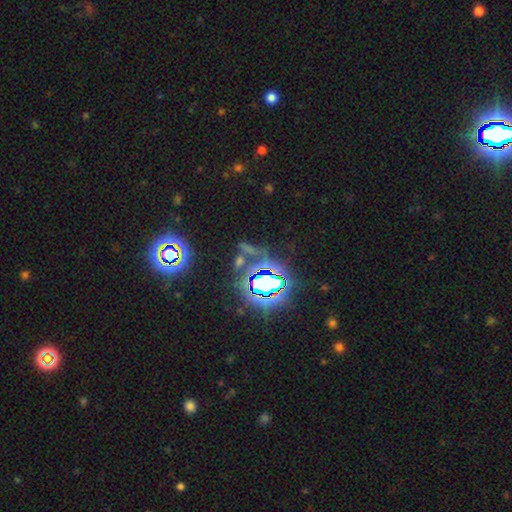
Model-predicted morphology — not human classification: type=star or artifact (76%).